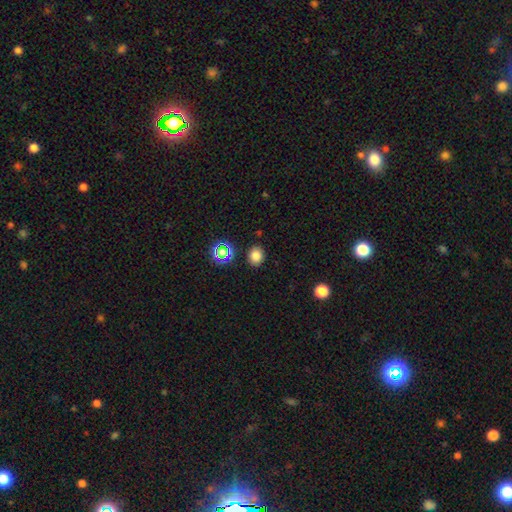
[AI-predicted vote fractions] Overall: smooth (78%). How rounded: round (61%; in between 38%). Merging: none (86%).